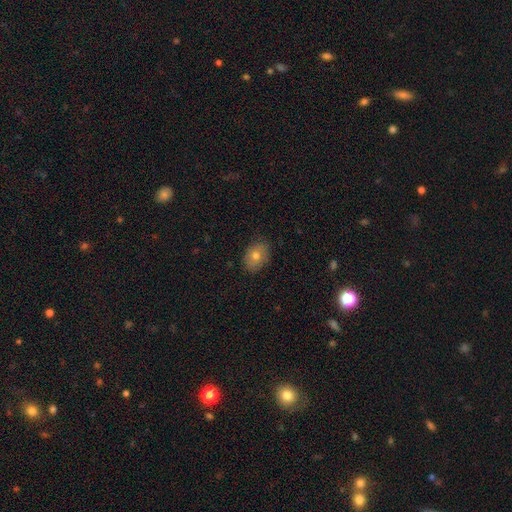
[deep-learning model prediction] Smooth or featured? Predicted: smooth (p=0.70). How rounded? Predicted: in between (p=0.72). Merging? Predicted: none (p=0.83).